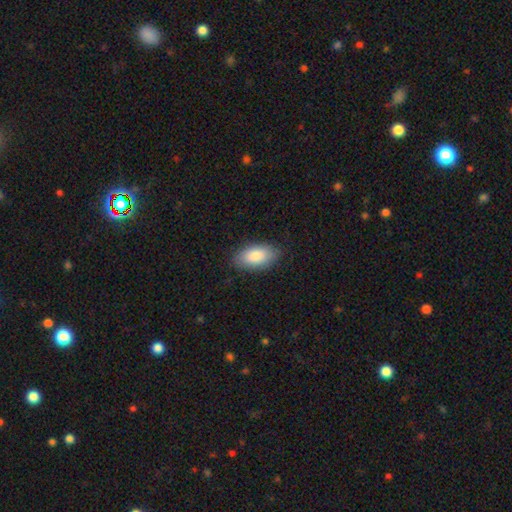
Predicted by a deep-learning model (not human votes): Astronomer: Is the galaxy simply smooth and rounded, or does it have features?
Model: smooth — 85%.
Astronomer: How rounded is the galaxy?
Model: in between — 93%.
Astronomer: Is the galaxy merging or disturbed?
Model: none — 85%.